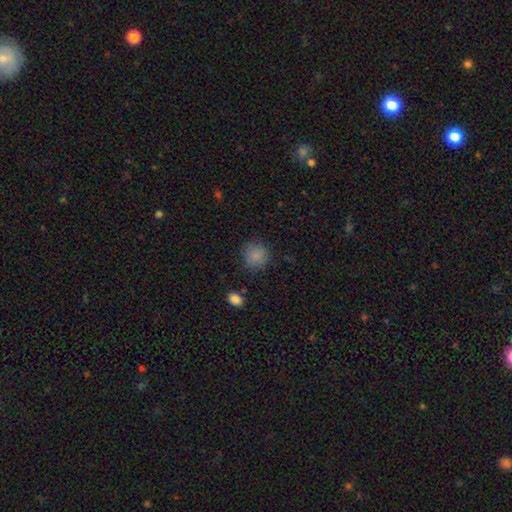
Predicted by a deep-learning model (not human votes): smooth-or-featured: smooth: 85% | star or artifact: 10% | featured or disk: 5%
  how-rounded: round: 90% | in between: 9% | cigar-shaped: 1%
  merging: none: 84% | minor disturbance: 11% | major disturbance: 4% | merger: 2%